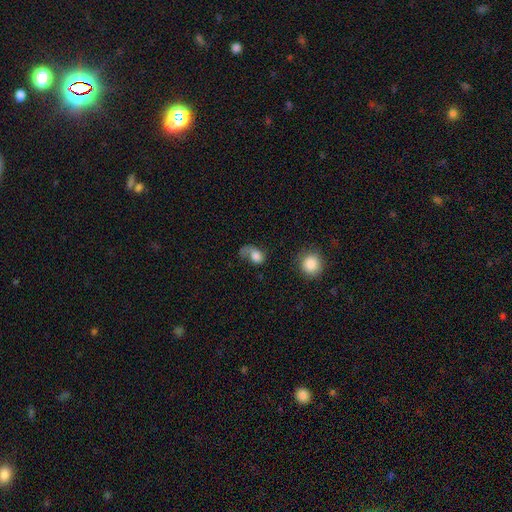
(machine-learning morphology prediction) This appears to be a smooth galaxy with no disk features (66%) that is in between round and cigar-shaped (62%). Merging: major disturbance (46%).